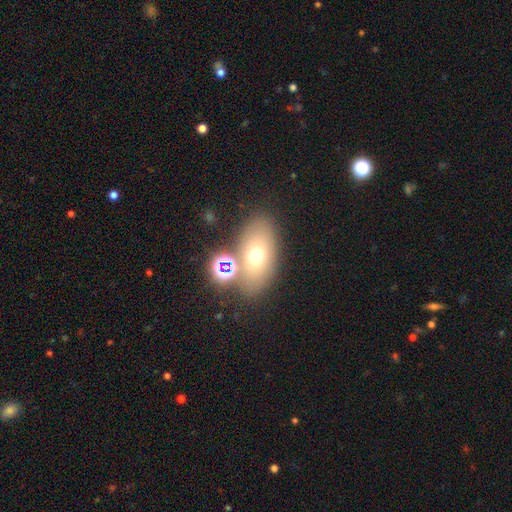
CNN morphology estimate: A smooth galaxy with no disk features (63%) that is in between round and cigar-shaped (82%).

Vote fractions:
- Smooth or featured? smooth: 63% / featured or disk: 21% / star or artifact: 16%
- How rounded? in between: 82% / round: 15% / cigar-shaped: 3%
- Merging? none: 69% / merger: 14% / minor disturbance: 12% / major disturbance: 5%